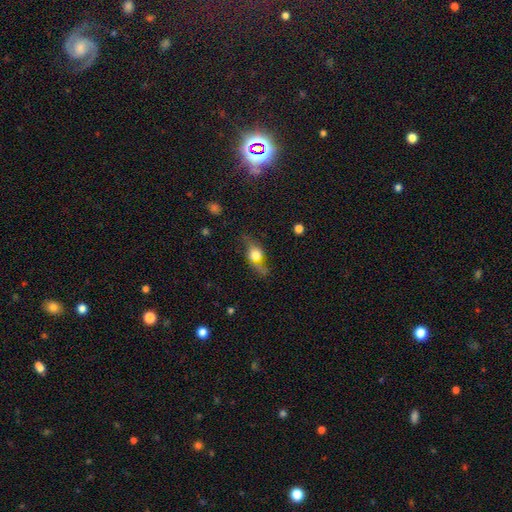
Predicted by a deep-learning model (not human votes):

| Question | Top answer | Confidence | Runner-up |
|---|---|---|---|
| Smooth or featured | featured or disk | 46% | smooth (41%) |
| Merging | none | 59% | minor disturbance (22%) |